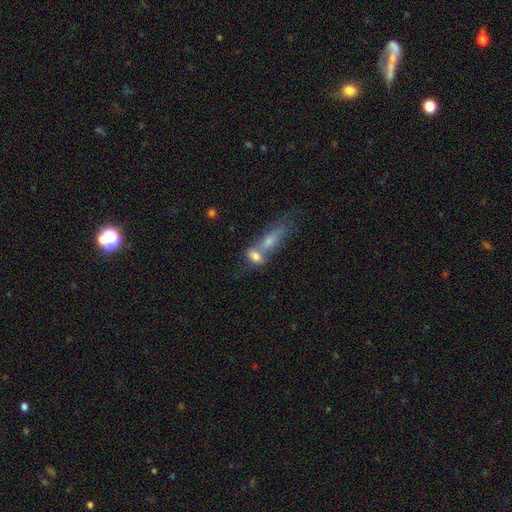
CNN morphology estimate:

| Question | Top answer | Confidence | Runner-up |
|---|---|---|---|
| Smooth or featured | smooth | 71% | featured or disk (19%) |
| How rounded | in between | 71% | round (15%) |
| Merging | merger | 63% | none (24%) |